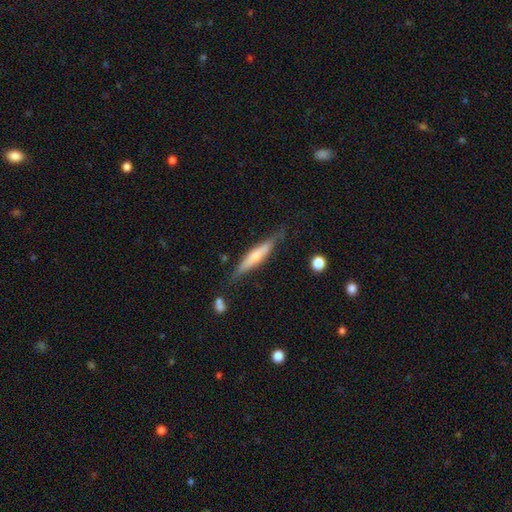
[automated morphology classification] Smooth or featured: featured or disk — 49% (smooth — 45%)
Merging: none — 75% (minor disturbance — 18%)